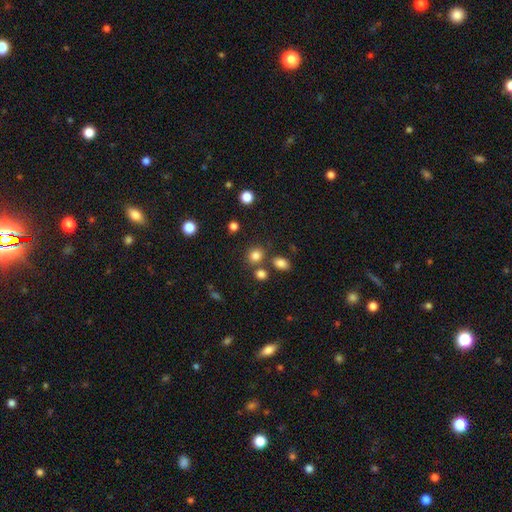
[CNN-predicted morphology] smooth 81%, star or artifact 13%, featured or disk 6%. Down the decision tree: how rounded — round (80%); merging — none (74%).